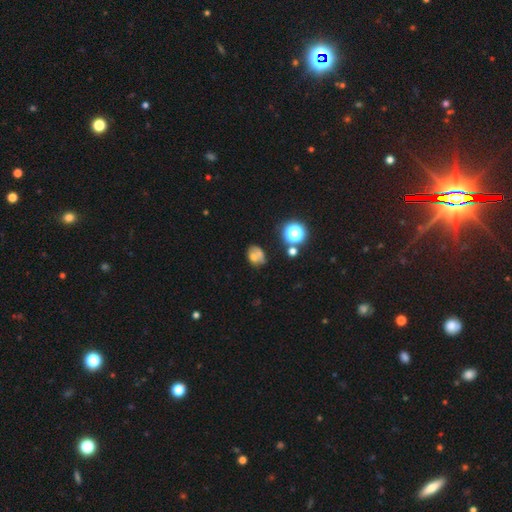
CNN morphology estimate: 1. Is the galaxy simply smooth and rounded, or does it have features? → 57% smooth, 26% featured or disk, 17% star or artifact.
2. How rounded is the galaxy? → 54% in between, 45% round, 1% cigar-shaped.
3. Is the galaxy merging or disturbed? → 38% none, 31% merger, 20% minor disturbance, 12% major disturbance.